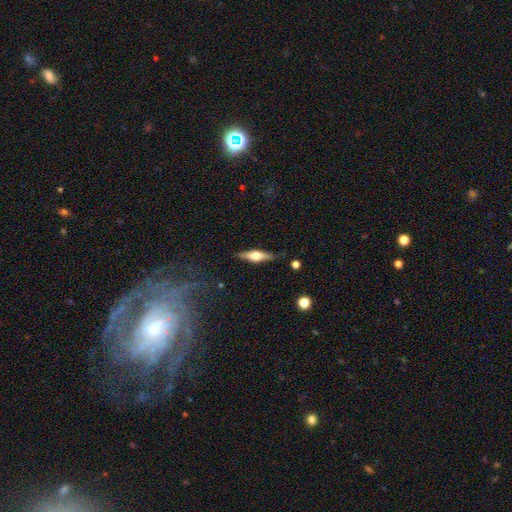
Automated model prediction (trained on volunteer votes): A featured or disk galaxy (58%) viewed edge-on (95%) with a rounded central bulge (88%).

Vote fractions:
- Smooth or featured? featured or disk: 58% / smooth: 36% / star or artifact: 6%
- Edge-on disk? yes: 95% / no: 5%
- Edge-on bulge? rounded: 88% / boxy: 9% / none: 2%
- Merging? none: 83% / minor disturbance: 13% / major disturbance: 3% / merger: 2%